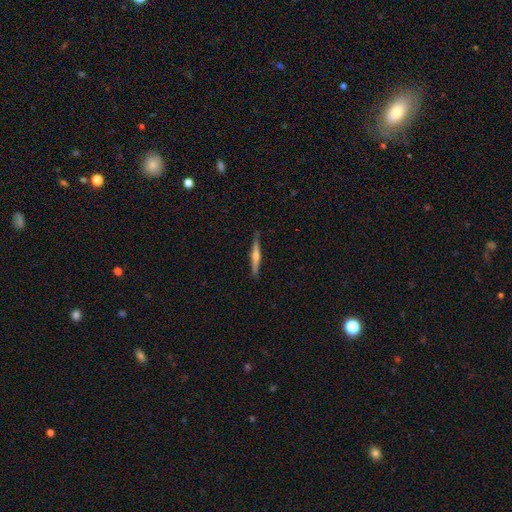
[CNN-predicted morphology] A featured or disk galaxy (61%) viewed edge-on (98%) with a rounded central bulge (81%). Merging: none (89%).